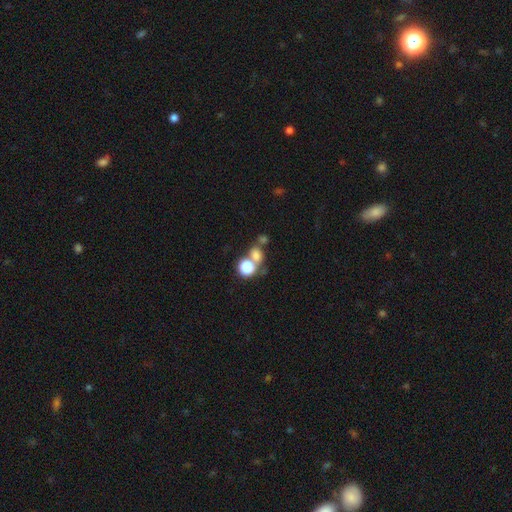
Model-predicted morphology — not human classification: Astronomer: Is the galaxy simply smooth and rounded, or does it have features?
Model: smooth — 71%.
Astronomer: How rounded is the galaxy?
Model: round — 62% (runner-up: in between, 37%).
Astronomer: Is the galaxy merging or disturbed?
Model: merger — 43%, tied with none at 43%.